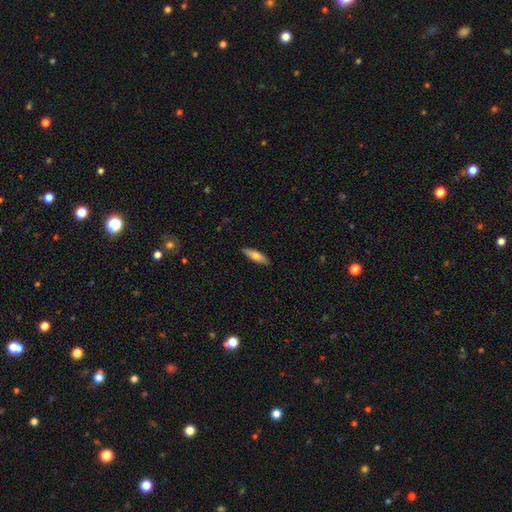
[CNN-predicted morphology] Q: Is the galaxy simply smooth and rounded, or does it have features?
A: smooth — 66%.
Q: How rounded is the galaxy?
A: cigar-shaped — 63%.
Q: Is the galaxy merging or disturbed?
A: none — 89%.